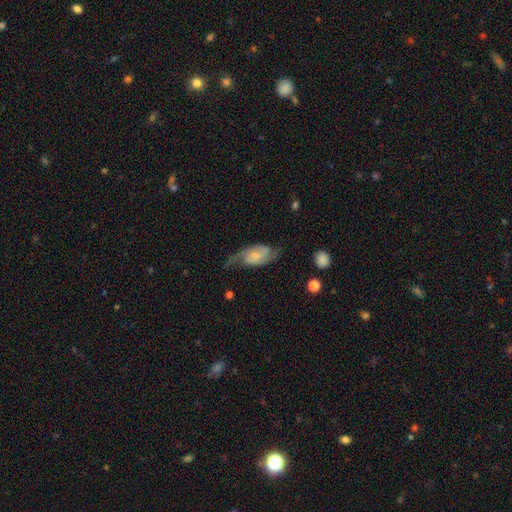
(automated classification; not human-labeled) Smooth or featured? Predicted: featured or disk (p=0.69). Edge-on disk? Predicted: no (p=0.93). Bar? Predicted: no (p=0.52). Spiral arms? Predicted: yes (p=0.92). Spiral winding? Predicted: medium (p=0.44). Spiral arm count? Predicted: 2 (p=0.82). Bulge size? Predicted: small (p=0.48). Merging? Predicted: none (p=0.50).